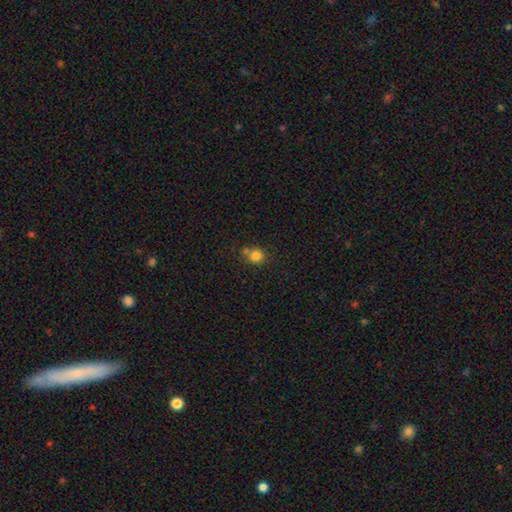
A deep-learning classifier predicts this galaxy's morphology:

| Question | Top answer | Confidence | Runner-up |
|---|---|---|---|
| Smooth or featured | smooth | 81% | star or artifact (12%) |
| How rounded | round | 84% | in between (15%) |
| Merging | none | 60% | merger (25%) |